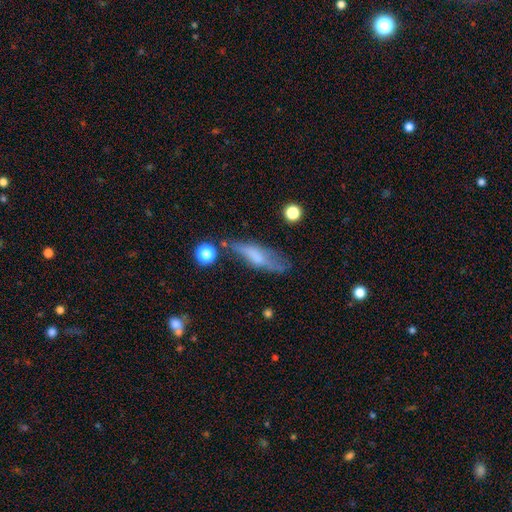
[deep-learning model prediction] This is possibly a smooth galaxy (50%). How rounded: possibly cigar-shaped (57%). Merging: possibly none (50%).